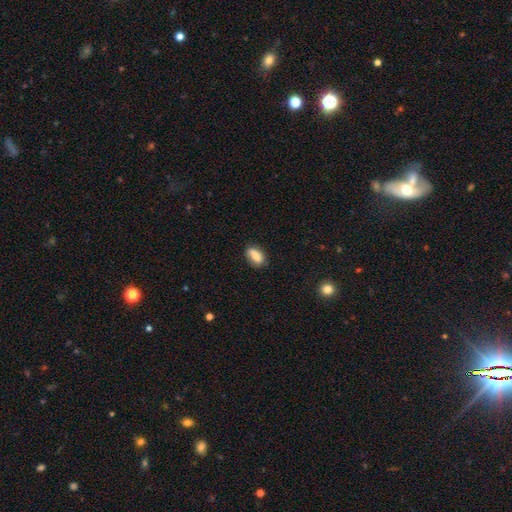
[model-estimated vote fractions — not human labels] Q: Smooth or featured?
A: smooth (80%); runner-up: featured or disk (12%)
Q: How rounded?
A: in between (85%); runner-up: round (7%)
Q: Merging?
A: none (77%); runner-up: minor disturbance (18%)